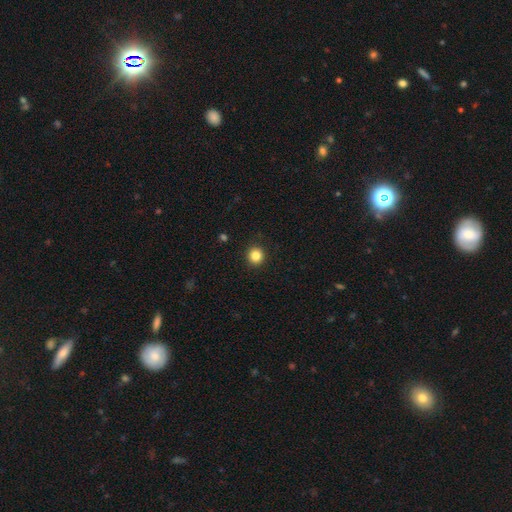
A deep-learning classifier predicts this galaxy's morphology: A smooth galaxy with no disk features (84%) that is round (93%).

Vote fractions:
- Smooth or featured? smooth: 84% / star or artifact: 11% / featured or disk: 5%
- How rounded? round: 93% / in between: 6% / cigar-shaped: 1%
- Merging? none: 93% / minor disturbance: 5% / major disturbance: 2% / merger: 1%